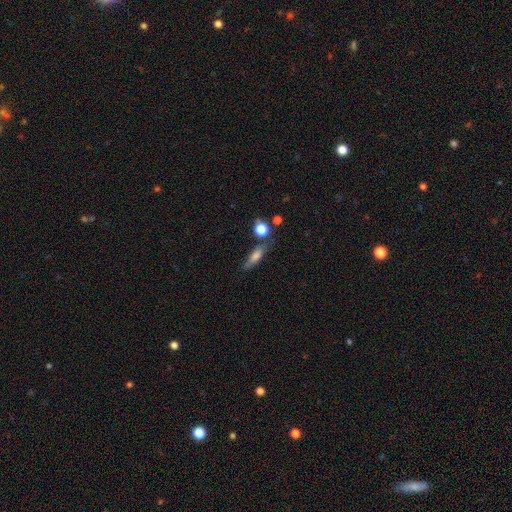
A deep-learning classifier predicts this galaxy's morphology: Q: Smooth or featured?
A: smooth (60%); runner-up: featured or disk (28%)
Q: How rounded?
A: cigar-shaped (58%); runner-up: in between (34%)
Q: Merging?
A: none (65%); runner-up: minor disturbance (17%)